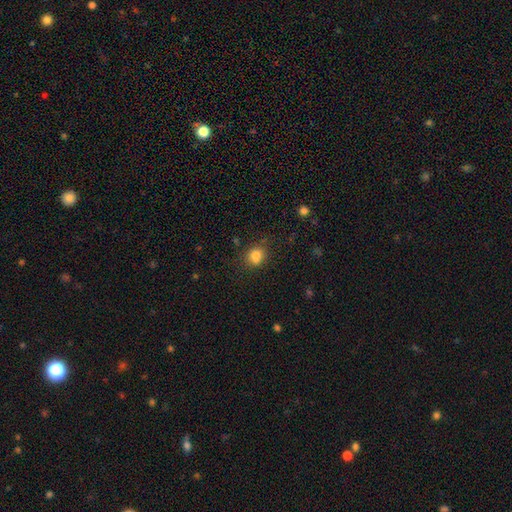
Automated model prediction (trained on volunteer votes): This appears to be a smooth galaxy with no disk features (81%) that is round (67%). Merging: none (67%).